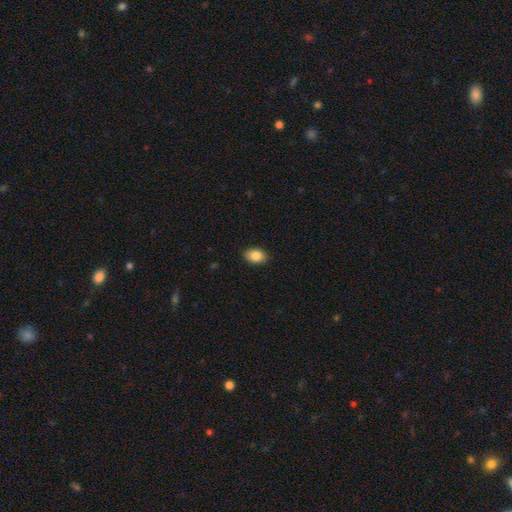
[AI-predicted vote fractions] Smooth or featured?
  - smooth: 86% *
  - star or artifact: 8%
  - featured or disk: 6%
How rounded?
  - in between: 83% *
  - round: 16%
  - cigar-shaped: 1%
Merging?
  - none: 89% *
  - minor disturbance: 8%
  - major disturbance: 2%
  - merger: 1%